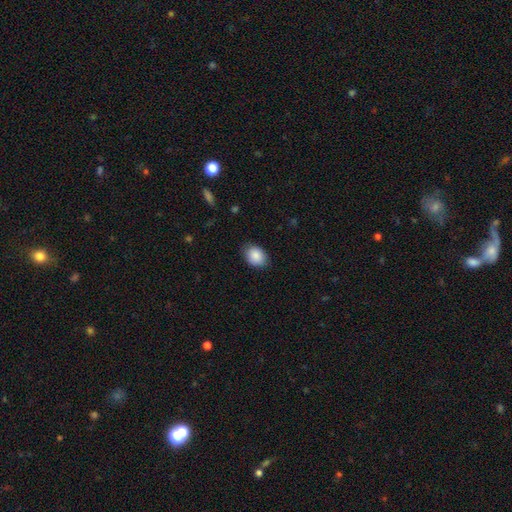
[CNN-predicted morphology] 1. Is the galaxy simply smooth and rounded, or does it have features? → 87% smooth, 7% star or artifact, 6% featured or disk.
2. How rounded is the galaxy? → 69% in between, 30% round, 1% cigar-shaped.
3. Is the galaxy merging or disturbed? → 80% none, 16% minor disturbance, 3% major disturbance, 1% merger.